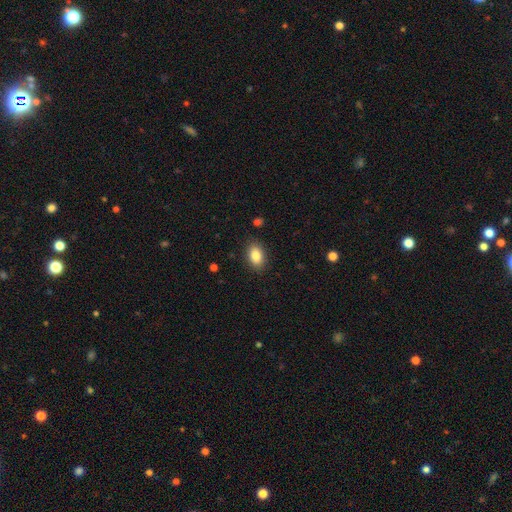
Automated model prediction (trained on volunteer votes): A smooth galaxy with no disk features (86%) that is in between round and cigar-shaped (88%).

Vote fractions:
- Smooth or featured? smooth: 86% / star or artifact: 8% / featured or disk: 6%
- How rounded? in between: 88% / round: 10% / cigar-shaped: 2%
- Merging? none: 88% / minor disturbance: 9% / major disturbance: 2% / merger: 1%